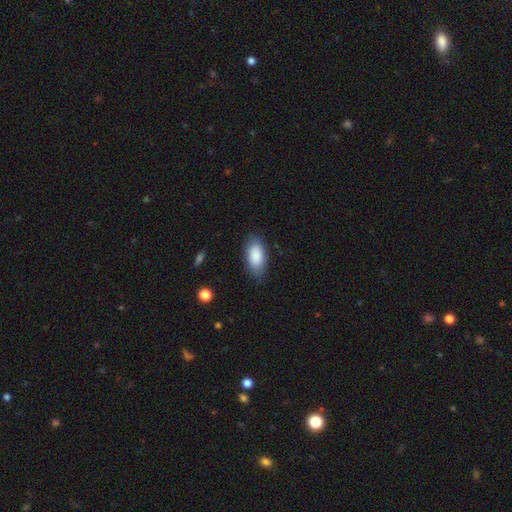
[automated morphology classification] A smooth galaxy with no disk features (87%) that is in between round and cigar-shaped (93%).

Vote fractions:
- Smooth or featured? smooth: 87% / featured or disk: 7% / star or artifact: 6%
- How rounded? in between: 93% / cigar-shaped: 4% / round: 3%
- Merging? none: 82% / minor disturbance: 13% / major disturbance: 3% / merger: 1%